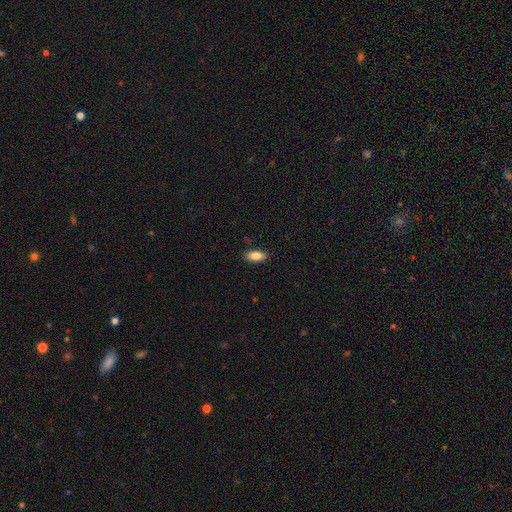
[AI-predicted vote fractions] Q: Smooth or featured?
A: smooth (86%); runner-up: featured or disk (7%)
Q: How rounded?
A: in between (88%); runner-up: cigar-shaped (10%)
Q: Merging?
A: none (88%); runner-up: minor disturbance (9%)